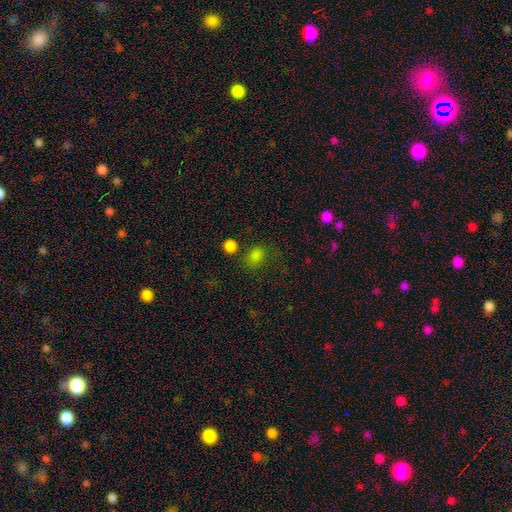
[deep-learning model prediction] smooth_or_featured: smooth (p=0.79) [alt: star or artifact p=0.17]
how_rounded: round (p=0.58) [alt: in between p=0.41]
merging: none (p=0.72) [alt: minor disturbance p=0.14]